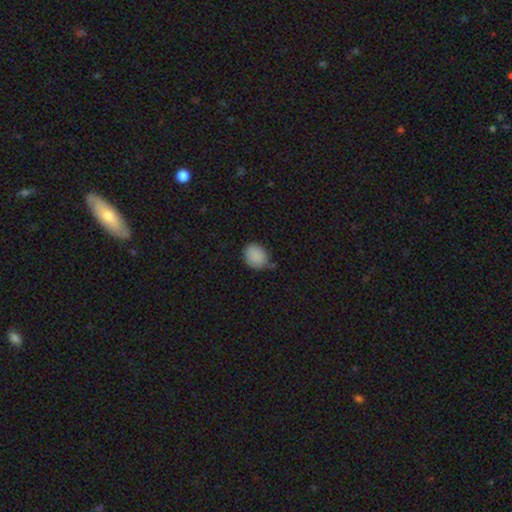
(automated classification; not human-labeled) Q: Smooth or featured?
A: smooth (89%); runner-up: star or artifact (8%)
Q: How rounded?
A: round (54%); runner-up: in between (45%)
Q: Merging?
A: none (67%); runner-up: minor disturbance (25%)